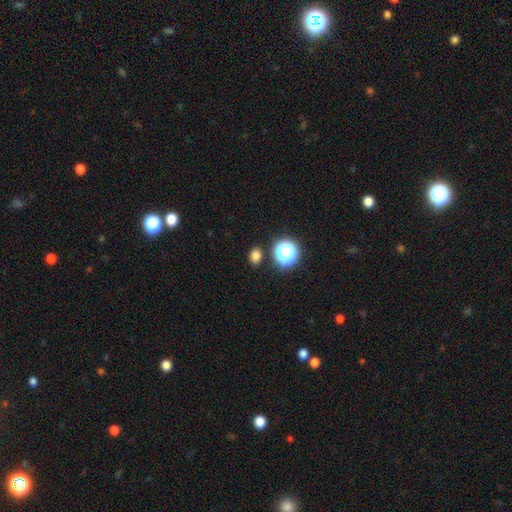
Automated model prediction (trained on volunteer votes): smooth_or_featured: smooth (p=0.78) [alt: star or artifact p=0.17]
how_rounded: in between (p=0.57) [alt: round p=0.42]
merging: none (p=0.85) [alt: minor disturbance p=0.08]